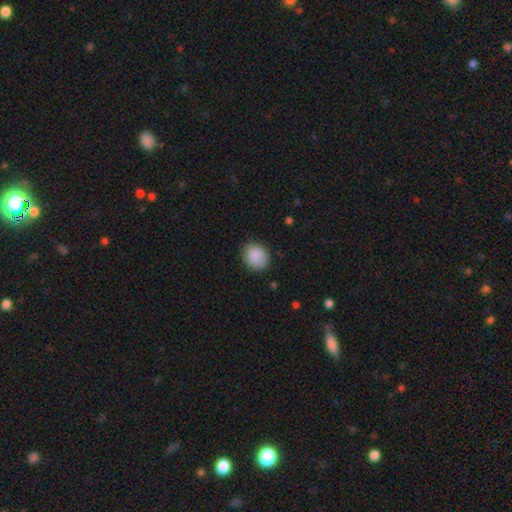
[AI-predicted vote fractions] A smooth galaxy with no disk features (89%) that is round (72%). Merging: none (84%).